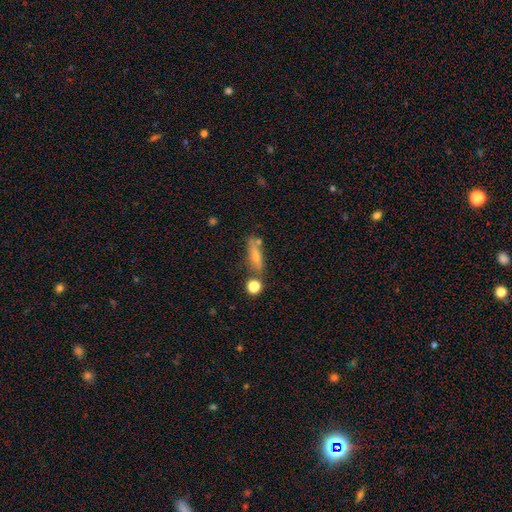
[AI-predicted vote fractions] Smooth or featured? smooth (60%)
How rounded? cigar-shaped (61%)
Merging? none (61%)